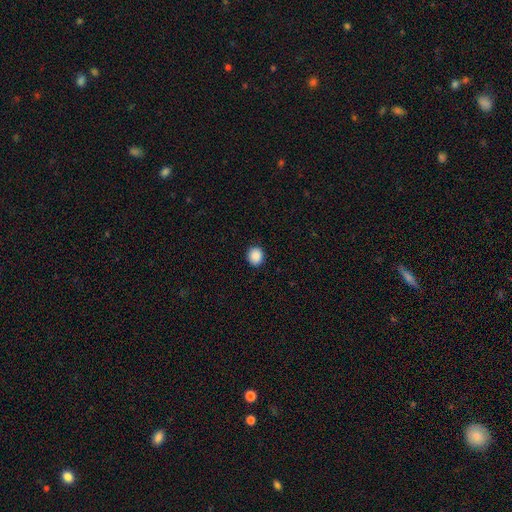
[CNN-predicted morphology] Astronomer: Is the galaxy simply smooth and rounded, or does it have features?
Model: smooth — 89%.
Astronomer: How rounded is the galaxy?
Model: round — 79%.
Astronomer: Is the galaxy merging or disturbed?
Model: none — 91%.